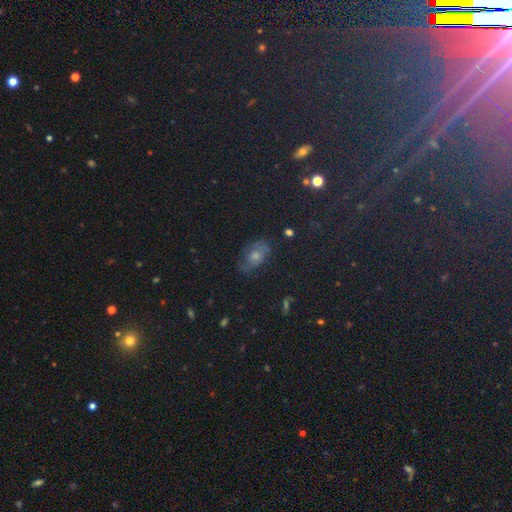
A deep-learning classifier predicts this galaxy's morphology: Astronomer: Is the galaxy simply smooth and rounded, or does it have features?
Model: smooth — 37% (runner-up: star or artifact, 34%).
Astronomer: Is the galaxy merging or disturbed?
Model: none — 68%.